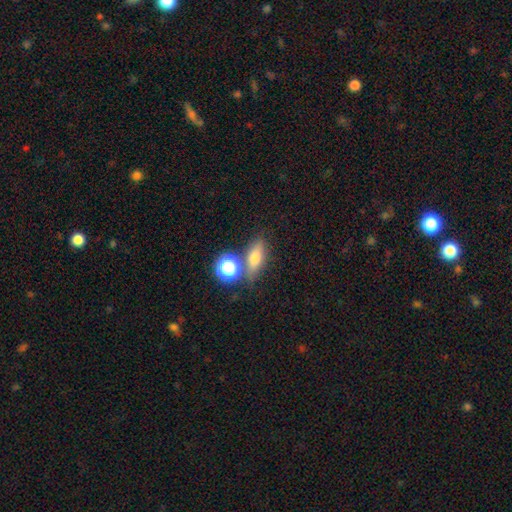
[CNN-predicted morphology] Overall: smooth (62%). How rounded: in between (56%; cigar-shaped 25%). Merging: none (70%).